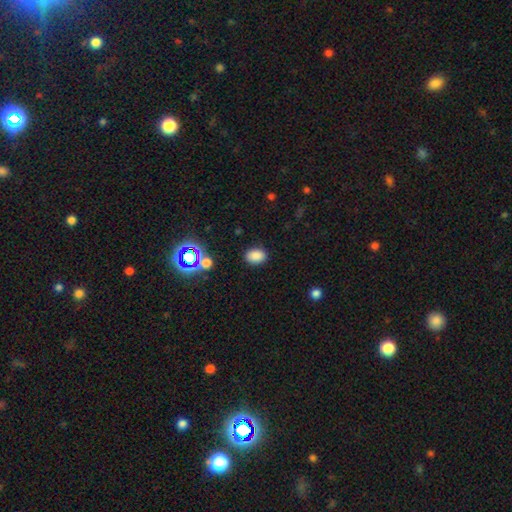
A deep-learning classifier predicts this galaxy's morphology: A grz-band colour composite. It shows a smooth galaxy with no disk features (81%) that is in between round and cigar-shaped (74%). Merging: none (87%).